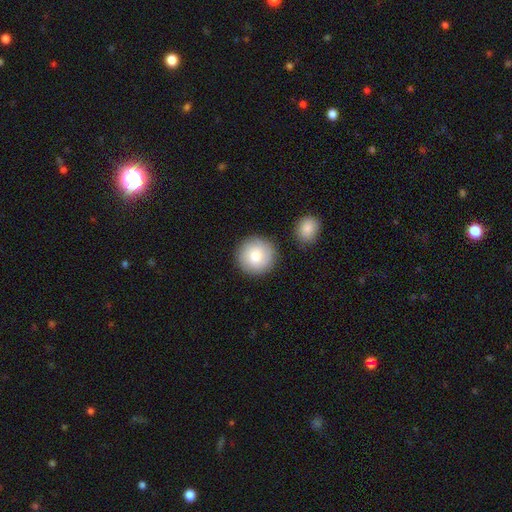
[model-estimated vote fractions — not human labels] Smooth or featured? smooth (83%)
How rounded? round (95%)
Merging? none (86%)